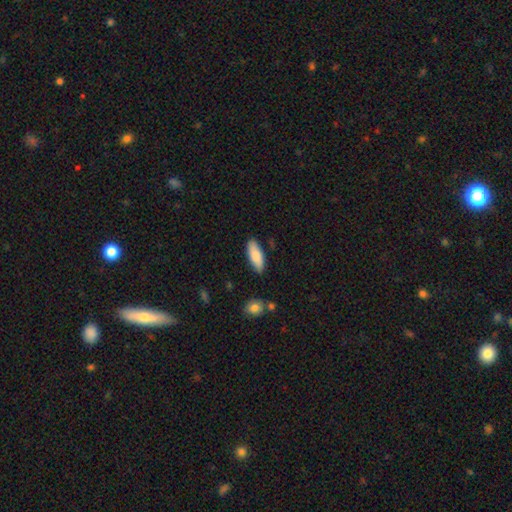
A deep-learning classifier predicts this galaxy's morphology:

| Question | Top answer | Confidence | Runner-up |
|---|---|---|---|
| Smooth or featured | smooth | 81% | featured or disk (13%) |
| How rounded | in between | 73% | cigar-shaped (25%) |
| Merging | none | 82% | minor disturbance (14%) |